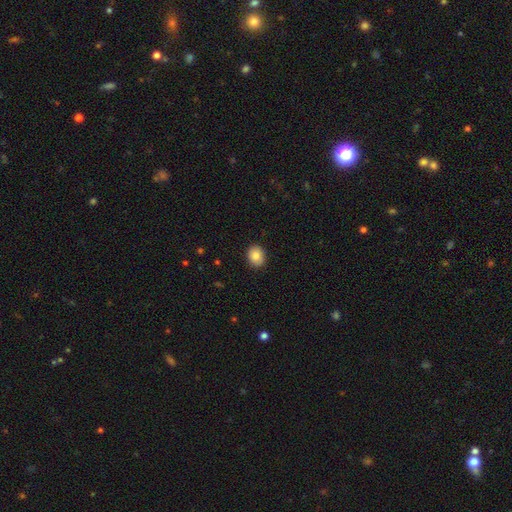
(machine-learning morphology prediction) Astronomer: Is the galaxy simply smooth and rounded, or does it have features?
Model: smooth — 85%.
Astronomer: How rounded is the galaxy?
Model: round — 54% (runner-up: in between, 45%).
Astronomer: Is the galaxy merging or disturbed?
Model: none — 89%.